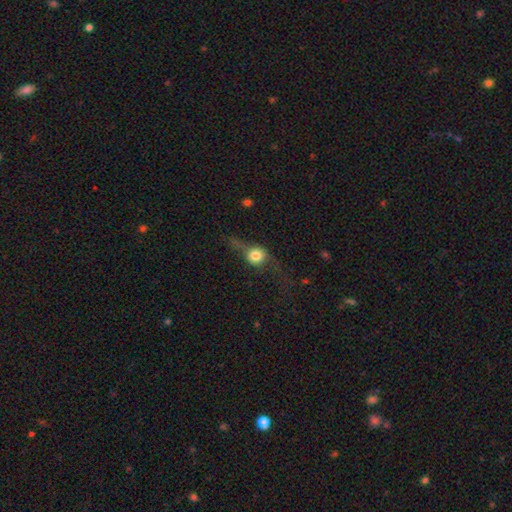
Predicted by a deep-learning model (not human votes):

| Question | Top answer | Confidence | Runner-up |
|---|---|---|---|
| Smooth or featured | smooth | 48% | featured or disk (41%) |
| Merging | none | 48% | major disturbance (28%) |